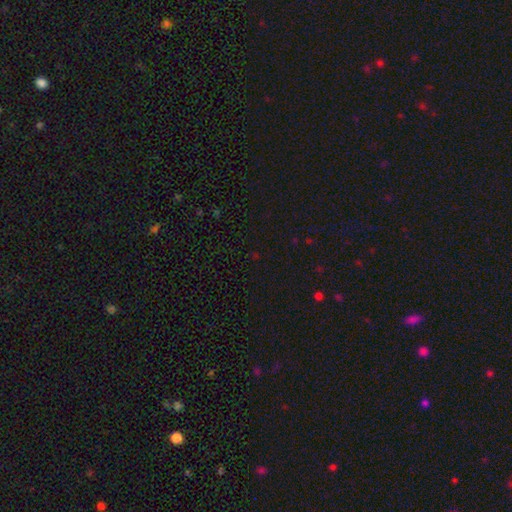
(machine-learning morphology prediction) Smooth or featured?
  - star or artifact: 69% *
  - smooth: 24%
  - featured or disk: 7%